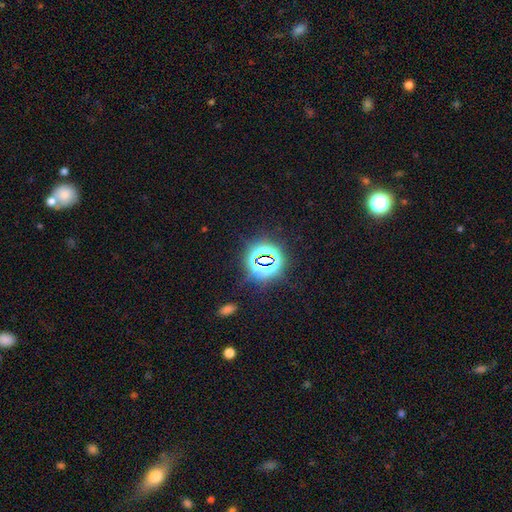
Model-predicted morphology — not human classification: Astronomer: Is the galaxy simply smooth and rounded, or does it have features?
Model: star or artifact — 79%.